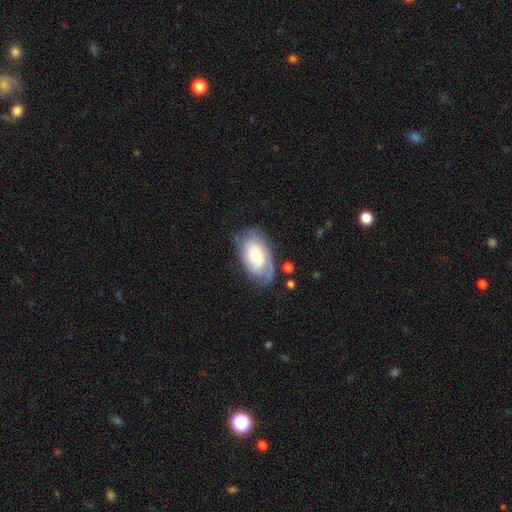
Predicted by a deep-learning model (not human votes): Smooth or featured: smooth — 52% (featured or disk — 42%)
How rounded: in between — 93% (round — 6%)
Merging: none — 62% (minor disturbance — 25%)